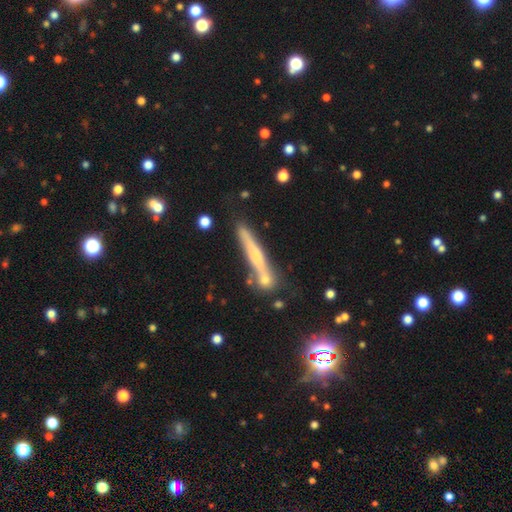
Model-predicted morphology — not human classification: A featured or disk galaxy (46%). Merging: none (71%).